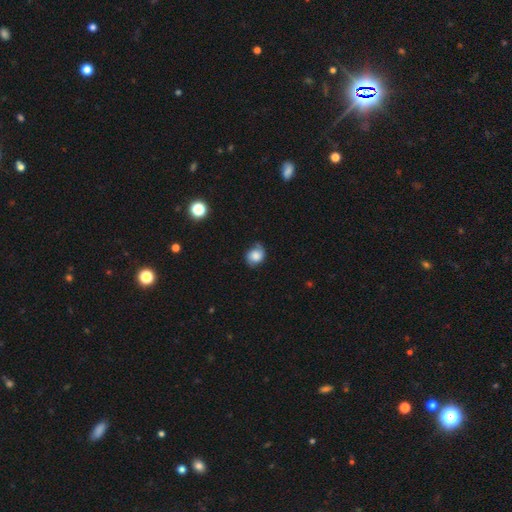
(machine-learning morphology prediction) type=smooth (59%); roundness=round (61%); merging=none (64%).